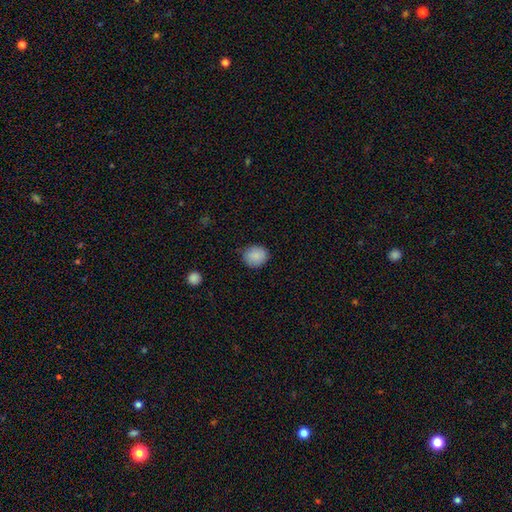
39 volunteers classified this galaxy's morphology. A smooth galaxy with no disk features (87%) that is round (59%).

Vote fractions:
- Smooth or featured? smooth: 87% / star or artifact: 8% / featured or disk: 5%
- How rounded? round: 59% / in between: 41% / cigar-shaped: 0%
- Merging? none: 86% / minor disturbance: 11% / major disturbance: 3% / merger: 0%